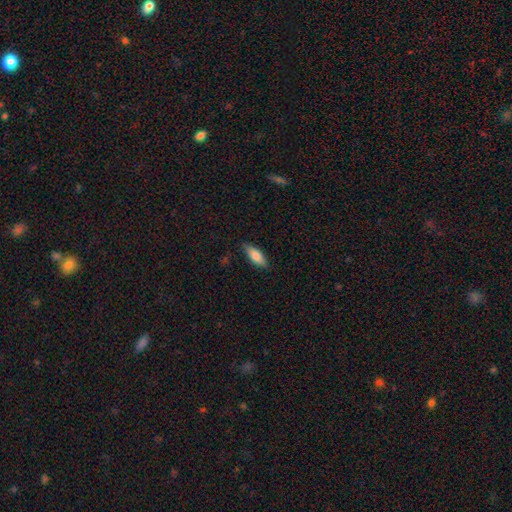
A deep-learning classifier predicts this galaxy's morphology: smooth_or_featured: smooth (p=0.80) [alt: featured or disk p=0.14]
how_rounded: in between (p=0.65) [alt: cigar-shaped p=0.32]
merging: none (p=0.84) [alt: minor disturbance p=0.13]